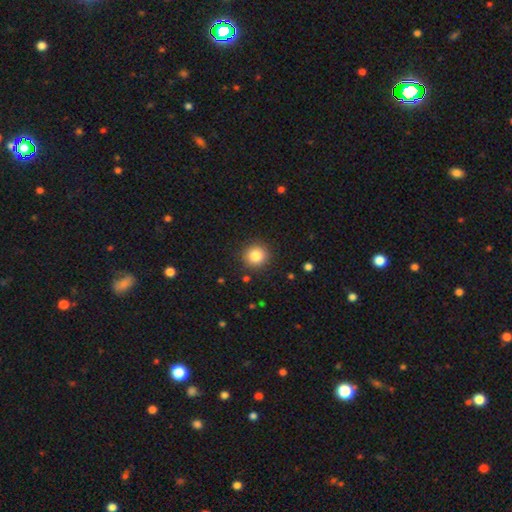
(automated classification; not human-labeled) Q: Smooth or featured?
A: smooth (84%); runner-up: star or artifact (10%)
Q: How rounded?
A: round (92%); runner-up: in between (7%)
Q: Merging?
A: none (90%); runner-up: minor disturbance (6%)